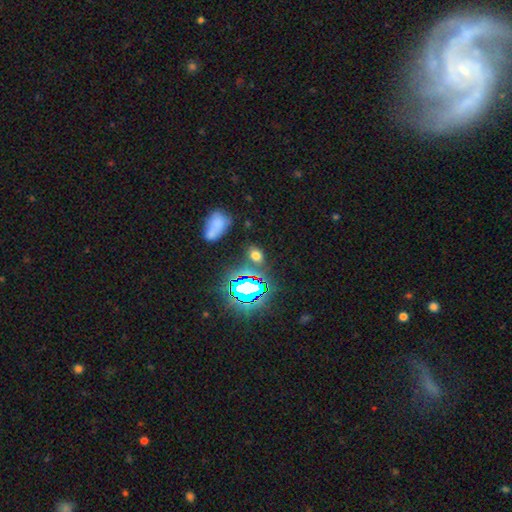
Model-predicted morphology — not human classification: Smooth or featured?
  - smooth: 55% *
  - star or artifact: 36%
  - featured or disk: 9%
How rounded?
  - in between: 71% *
  - round: 26%
  - cigar-shaped: 3%
Merging?
  - none: 75% *
  - minor disturbance: 12%
  - merger: 8%
  - major disturbance: 5%